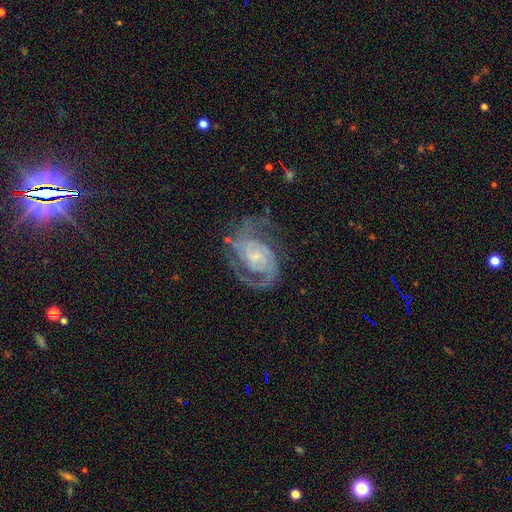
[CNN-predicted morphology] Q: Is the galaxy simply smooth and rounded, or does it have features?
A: featured or disk — 89%.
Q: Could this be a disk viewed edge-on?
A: no — 98%.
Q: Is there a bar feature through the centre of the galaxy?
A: no — 59%.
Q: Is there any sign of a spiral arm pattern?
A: yes — 97%.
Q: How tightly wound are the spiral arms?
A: medium — 50%.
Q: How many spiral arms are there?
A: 2 — 78%.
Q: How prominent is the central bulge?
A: small — 63%.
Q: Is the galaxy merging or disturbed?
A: none — 65%.